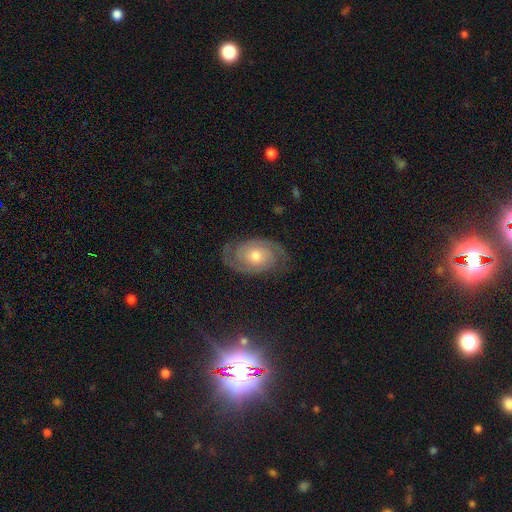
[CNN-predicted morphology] Q: Smooth or featured?
A: featured or disk (83%); runner-up: smooth (9%)
Q: Edge-on disk?
A: no (97%); runner-up: yes (3%)
Q: Bar?
A: no (76%); runner-up: weak (19%)
Q: Spiral arms?
A: yes (96%); runner-up: no (4%)
Q: Spiral winding?
A: tight (60%); runner-up: medium (32%)
Q: Spiral arm count?
A: 2 (89%); runner-up: can't tell (5%)
Q: Bulge size?
A: moderate (64%); runner-up: small (29%)
Q: Merging?
A: none (82%); runner-up: minor disturbance (13%)